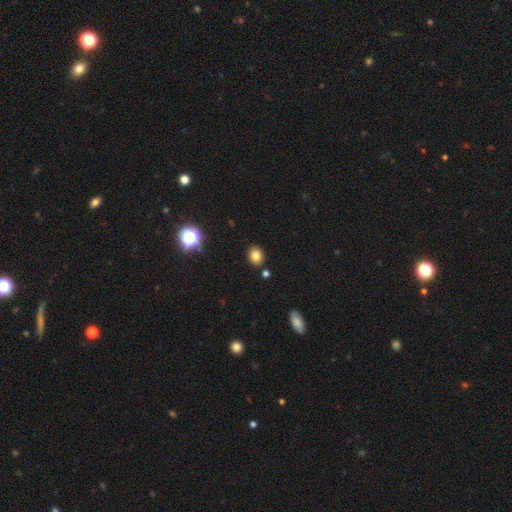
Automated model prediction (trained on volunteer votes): This appears to be a smooth galaxy with no disk features (80%) that is round (55%). Merging: none (86%).